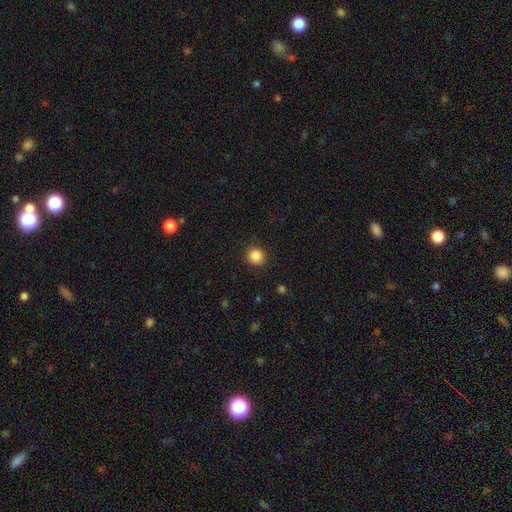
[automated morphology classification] Smooth or featured? smooth (86%)
How rounded? round (90%)
Merging? none (89%)